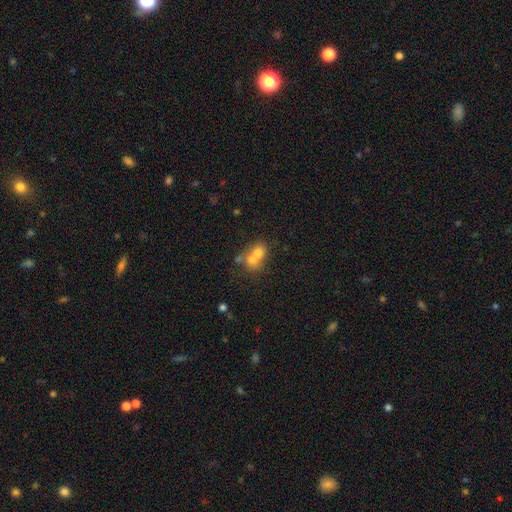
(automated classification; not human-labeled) A smooth galaxy with no disk features (66%) that is round (62%). Merging: merger (66%).